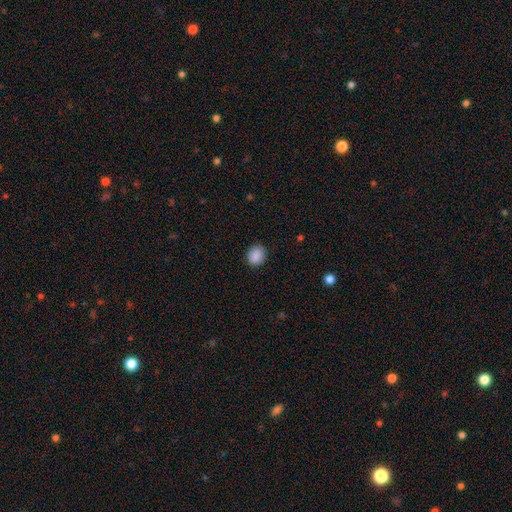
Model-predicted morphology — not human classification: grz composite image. It shows a smooth galaxy with no disk features (89%) that is round (63%). Merging: none (86%).